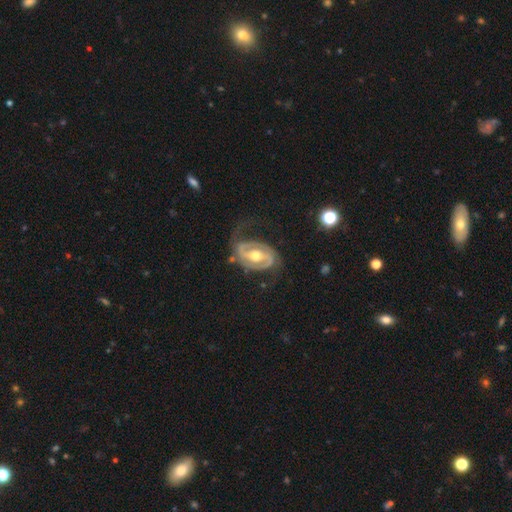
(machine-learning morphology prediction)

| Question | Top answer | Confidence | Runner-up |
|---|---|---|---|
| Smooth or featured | featured or disk | 88% | smooth (8%) |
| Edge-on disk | no | 97% | yes (3%) |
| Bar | strong | 39% | weak (37%) |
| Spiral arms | yes | 92% | no (8%) |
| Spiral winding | medium | 41% | tight (38%) |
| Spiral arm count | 2 | 82% | 1 (8%) |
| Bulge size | moderate | 77% | small (15%) |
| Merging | none | 54% | minor disturbance (22%) |